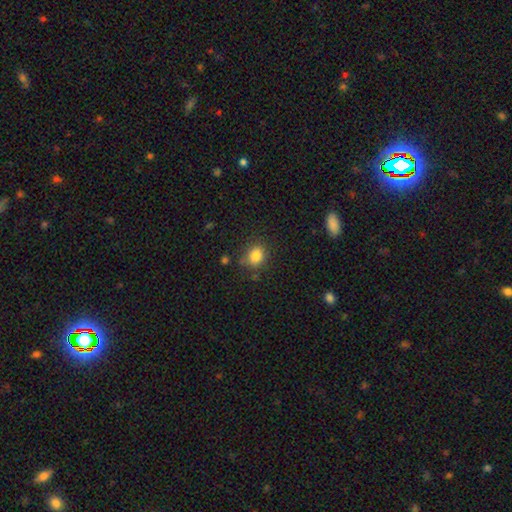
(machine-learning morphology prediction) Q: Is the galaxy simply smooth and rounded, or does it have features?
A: smooth — 84%.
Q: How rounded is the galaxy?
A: round — 53%.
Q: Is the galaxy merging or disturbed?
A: none — 76%.